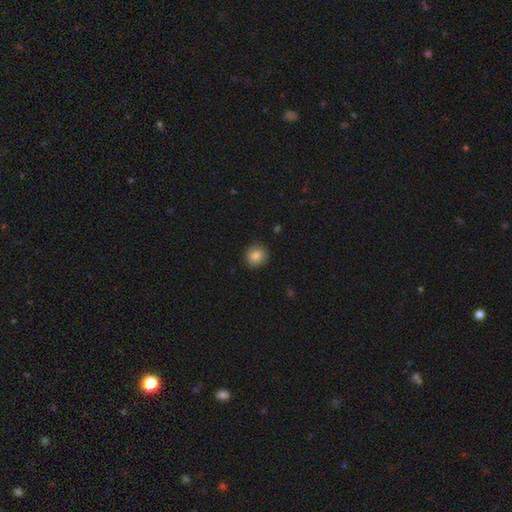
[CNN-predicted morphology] This is clearly a smooth galaxy (84%). How rounded: clearly round (88%). Merging: clearly none (88%).